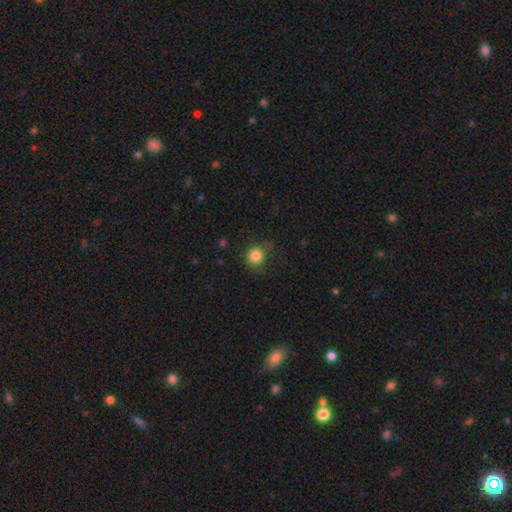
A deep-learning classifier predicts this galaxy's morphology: Q: Smooth or featured?
A: smooth (84%); runner-up: star or artifact (11%)
Q: How rounded?
A: round (90%); runner-up: in between (9%)
Q: Merging?
A: none (79%); runner-up: minor disturbance (15%)